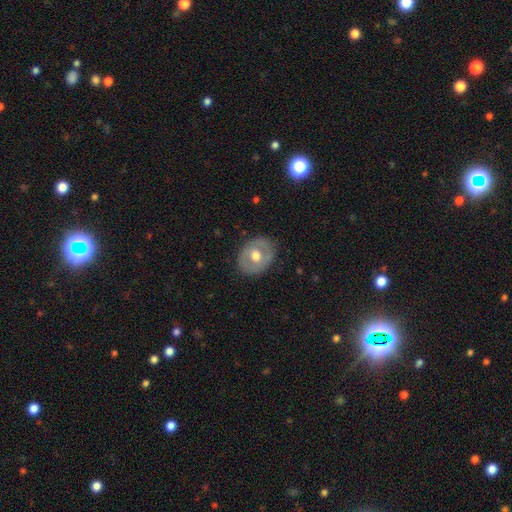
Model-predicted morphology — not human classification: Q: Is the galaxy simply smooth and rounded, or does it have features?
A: featured or disk — 49%.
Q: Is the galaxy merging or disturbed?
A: none — 83%.